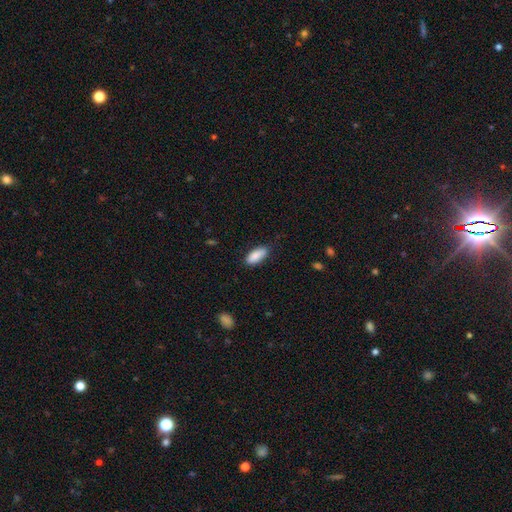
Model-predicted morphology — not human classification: Overall: smooth (88%). How rounded: in between (82%). Merging: none (81%).